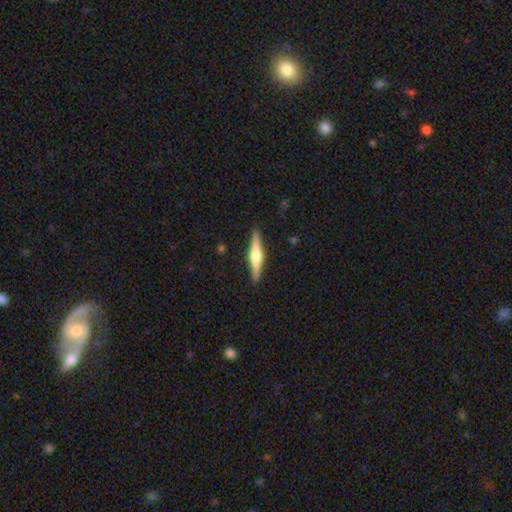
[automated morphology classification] A featured or disk galaxy (60%) viewed edge-on (97%) with a rounded central bulge (87%).

Vote fractions:
- Smooth or featured? featured or disk: 60% / smooth: 35% / star or artifact: 5%
- Edge-on disk? yes: 97% / no: 3%
- Edge-on bulge? rounded: 87% / boxy: 8% / none: 4%
- Merging? none: 90% / minor disturbance: 7% / major disturbance: 2% / merger: 1%